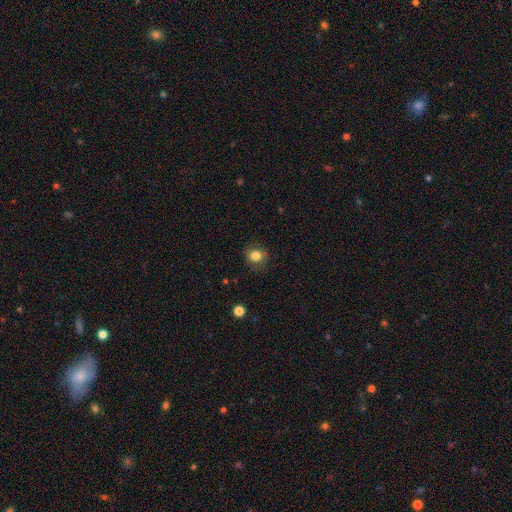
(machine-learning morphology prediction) The model was most divided on "how rounded": round: 78%, in between: 21%, cigar-shaped: 1%. More confident: merging — none (83%); smooth or featured — smooth (82%).